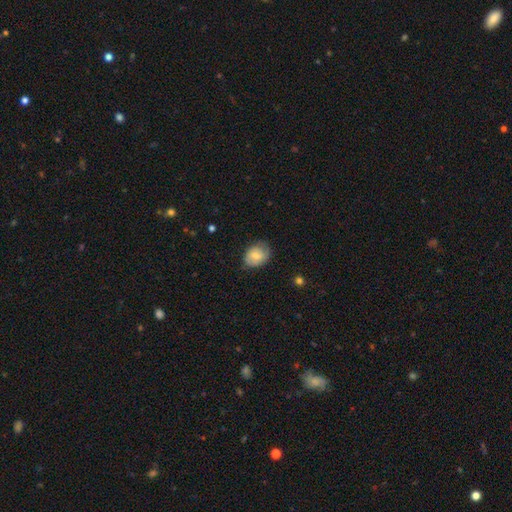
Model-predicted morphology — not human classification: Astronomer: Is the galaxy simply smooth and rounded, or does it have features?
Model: smooth — 62%.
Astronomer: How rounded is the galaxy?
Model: in between — 58% (runner-up: round, 41%).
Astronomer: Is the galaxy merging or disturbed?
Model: none — 70%.